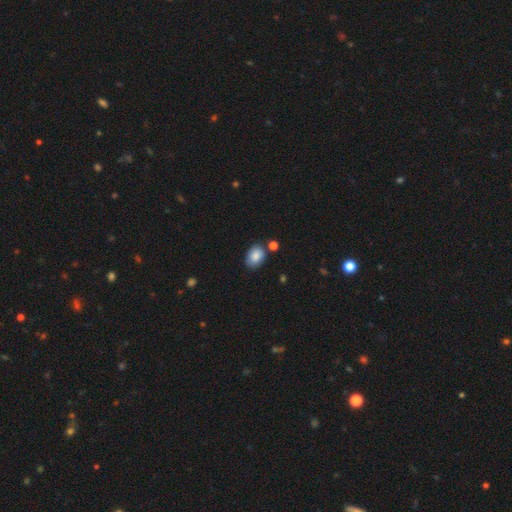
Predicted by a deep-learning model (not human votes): smooth-or-featured: smooth: 87% | star or artifact: 8% | featured or disk: 6%
  how-rounded: in between: 79% | round: 20% | cigar-shaped: 1%
  merging: none: 73% | minor disturbance: 17% | merger: 7% | major disturbance: 3%